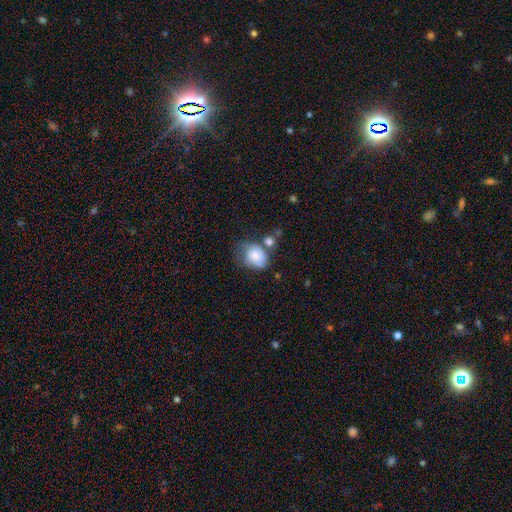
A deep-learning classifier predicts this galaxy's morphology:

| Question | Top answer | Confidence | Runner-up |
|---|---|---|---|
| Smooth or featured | smooth | 67% | featured or disk (24%) |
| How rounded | in between | 57% | round (43%) |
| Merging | none | 33% | minor disturbance (30%) |